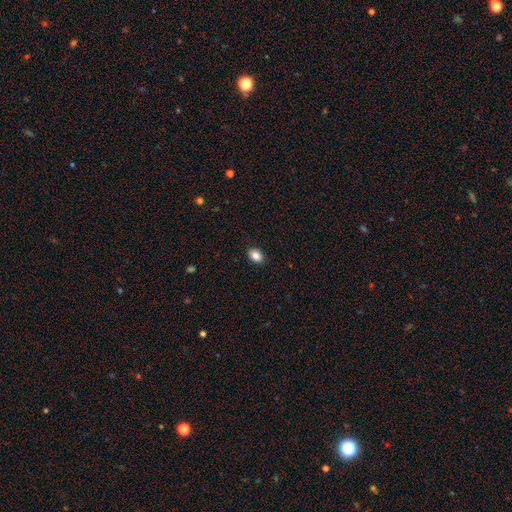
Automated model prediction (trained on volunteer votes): Overall: smooth (86%). How rounded: in between (78%). Merging: none (90%).